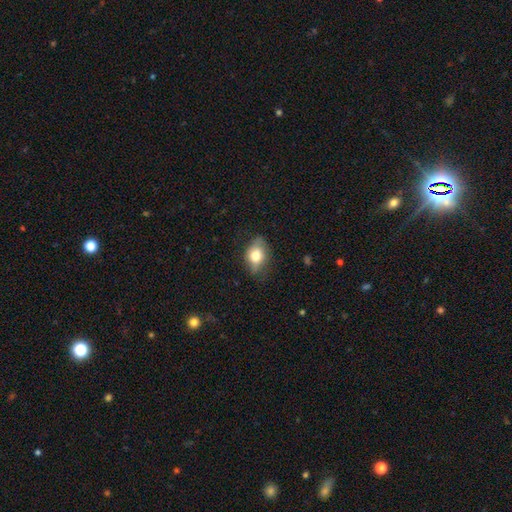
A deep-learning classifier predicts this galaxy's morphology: smooth-or-featured: smooth: 72% | featured or disk: 20% | star or artifact: 8%
  how-rounded: in between: 76% | round: 22% | cigar-shaped: 3%
  merging: none: 66% | minor disturbance: 26% | major disturbance: 6% | merger: 1%